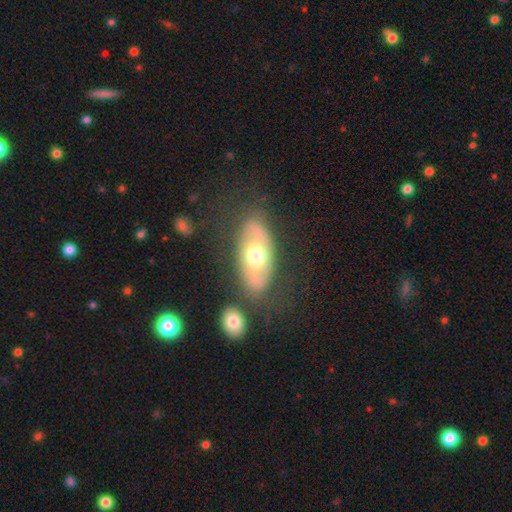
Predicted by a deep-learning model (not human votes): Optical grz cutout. It shows a featured or disk galaxy (48%). Merging: none (72%).